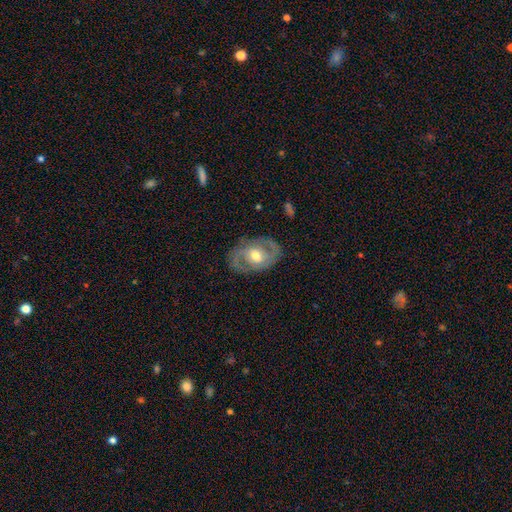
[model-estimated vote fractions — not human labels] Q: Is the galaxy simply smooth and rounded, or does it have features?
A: featured or disk — 80%.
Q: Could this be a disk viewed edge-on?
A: no — 95%.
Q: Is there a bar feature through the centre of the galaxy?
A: no — 45%.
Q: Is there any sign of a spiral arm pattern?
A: yes — 84%.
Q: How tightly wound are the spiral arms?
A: medium — 49%.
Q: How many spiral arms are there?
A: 2 — 85%.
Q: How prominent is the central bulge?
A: moderate — 72%.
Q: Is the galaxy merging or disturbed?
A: none — 80%.